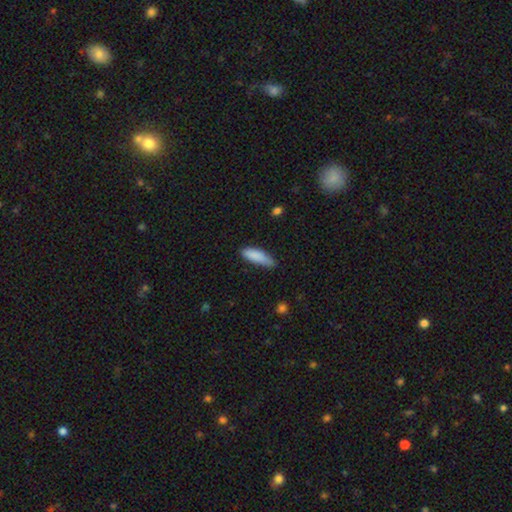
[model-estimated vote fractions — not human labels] A smooth galaxy with no disk features (86%) that is cigar-shaped (53%).

Vote fractions:
- Smooth or featured? smooth: 86% / featured or disk: 7% / star or artifact: 6%
- How rounded? cigar-shaped: 53% / in between: 45% / round: 2%
- Merging? none: 65% / minor disturbance: 28% / major disturbance: 5% / merger: 2%